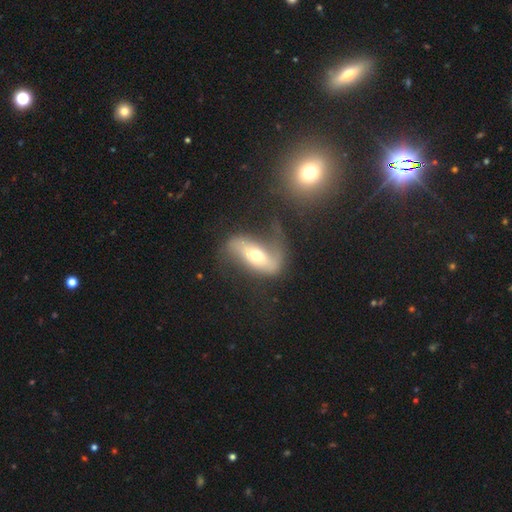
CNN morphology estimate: This appears to be a featured or disk galaxy (64%) with no bar (43%), spiral arms (74%) and a moderate central bulge (65%). Merging: none (41%).